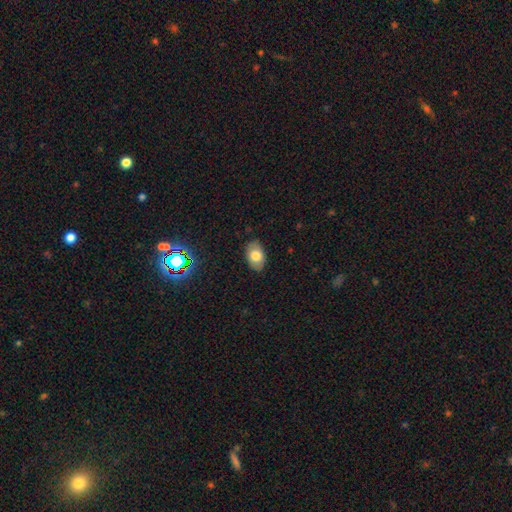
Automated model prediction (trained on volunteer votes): smooth-or-featured: smooth: 76% | featured or disk: 15% | star or artifact: 9%
  how-rounded: in between: 89% | round: 10% | cigar-shaped: 1%
  merging: none: 85% | minor disturbance: 12% | major disturbance: 2% | merger: 1%